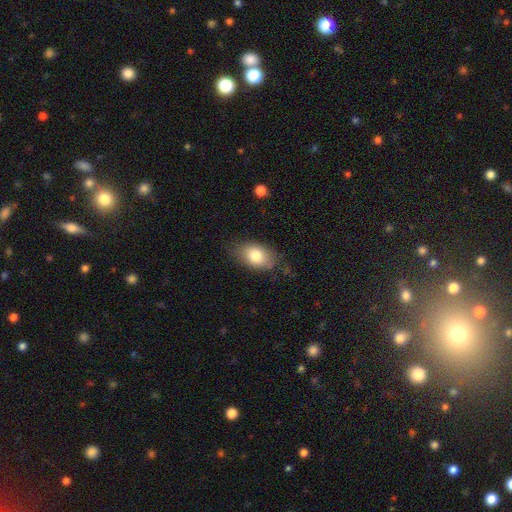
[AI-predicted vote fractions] This appears to be a smooth galaxy with no disk features (80%) that is in between round and cigar-shaped (86%). Merging: none (71%).